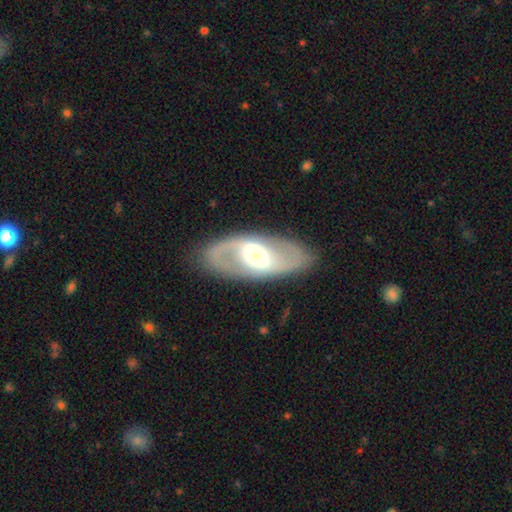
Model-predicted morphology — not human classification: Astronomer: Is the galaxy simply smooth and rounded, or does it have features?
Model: featured or disk — 79%.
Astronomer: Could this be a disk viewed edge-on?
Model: no — 93%.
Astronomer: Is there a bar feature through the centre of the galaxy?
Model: weak — 41% (runner-up: no, 35%).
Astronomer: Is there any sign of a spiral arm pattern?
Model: yes — 86%.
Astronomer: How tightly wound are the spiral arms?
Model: medium — 47% (runner-up: loose, 34%).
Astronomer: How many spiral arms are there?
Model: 2 — 88%.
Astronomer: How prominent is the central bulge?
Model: moderate — 56%.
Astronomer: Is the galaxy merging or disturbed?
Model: none — 85%.